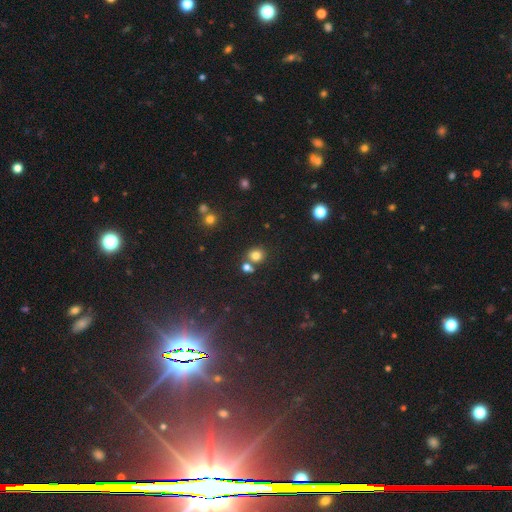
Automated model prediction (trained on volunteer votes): smooth_or_featured: smooth (p=0.77) [alt: star or artifact p=0.15]
how_rounded: round (p=0.78) [alt: in between p=0.22]
merging: none (p=0.63) [alt: merger p=0.24]